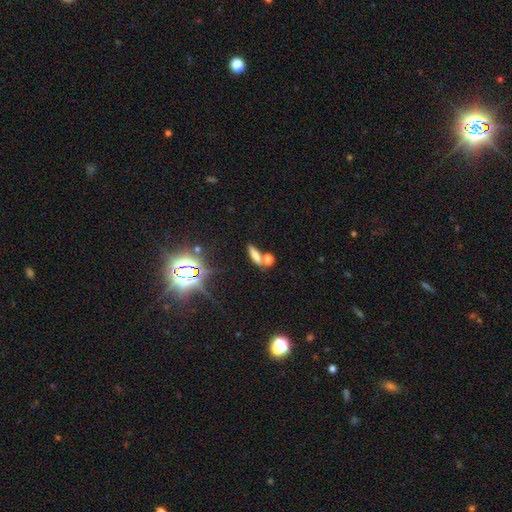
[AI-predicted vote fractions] A smooth galaxy with no disk features (67%) that is cigar-shaped (46%).

Vote fractions:
- Smooth or featured? smooth: 67% / star or artifact: 21% / featured or disk: 11%
- How rounded? cigar-shaped: 46% / in between: 44% / round: 10%
- Merging? none: 57% / merger: 28% / minor disturbance: 10% / major disturbance: 5%